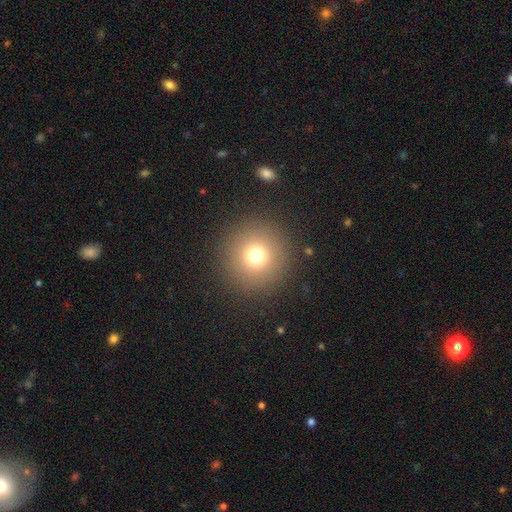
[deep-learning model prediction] smooth 74%, star or artifact 16%, featured or disk 10%. Down the decision tree: how rounded — round (96%); merging — none (90%).